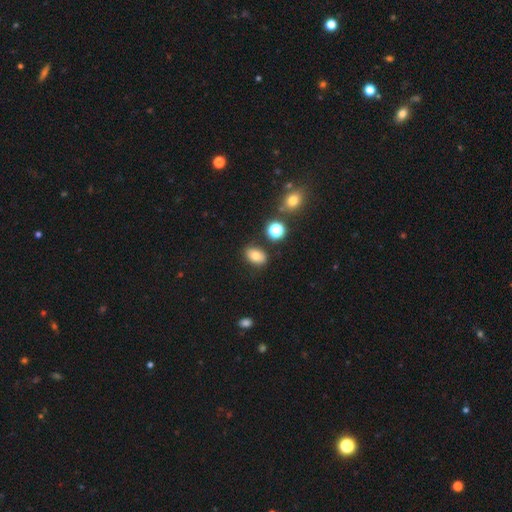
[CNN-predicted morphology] type=smooth (74%); roundness=in between (80%); merging=none (83%).